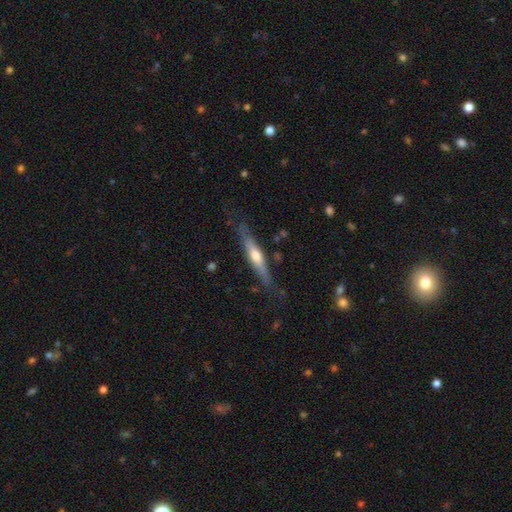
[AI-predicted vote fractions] featured or disk 56%, smooth 38%, star or artifact 5%. Down the decision tree: edge-on disk — yes (91%); edge-on bulge — rounded (79%); merging — none (76%).